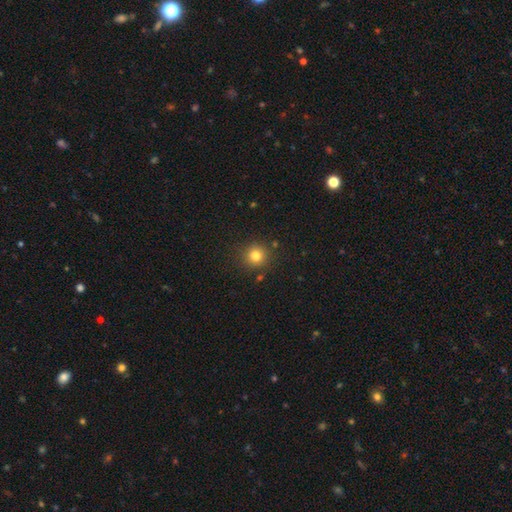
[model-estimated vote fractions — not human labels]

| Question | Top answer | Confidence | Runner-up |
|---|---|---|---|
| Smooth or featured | smooth | 80% | star or artifact (14%) |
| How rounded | round | 92% | in between (7%) |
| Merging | none | 87% | minor disturbance (8%) |